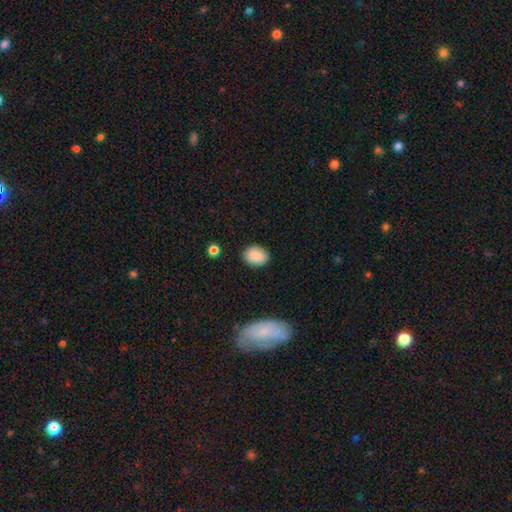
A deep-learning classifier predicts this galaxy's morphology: The model was most divided on "how rounded": in between: 63%, round: 36%, cigar-shaped: 1%. More confident: smooth or featured — smooth (86%); merging — none (85%).